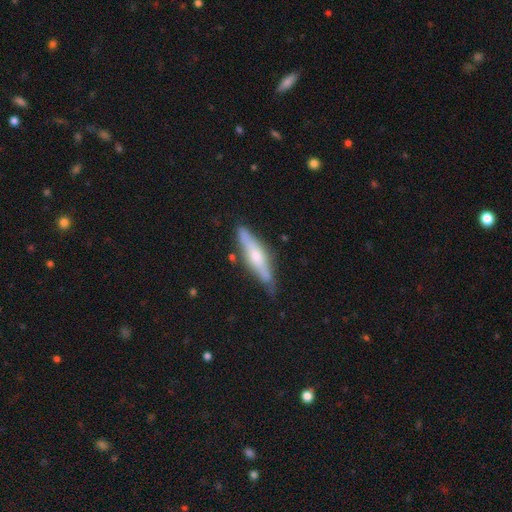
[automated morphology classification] This appears to be a featured or disk galaxy (51%) viewed edge-on (88%). Merging: none (72%).